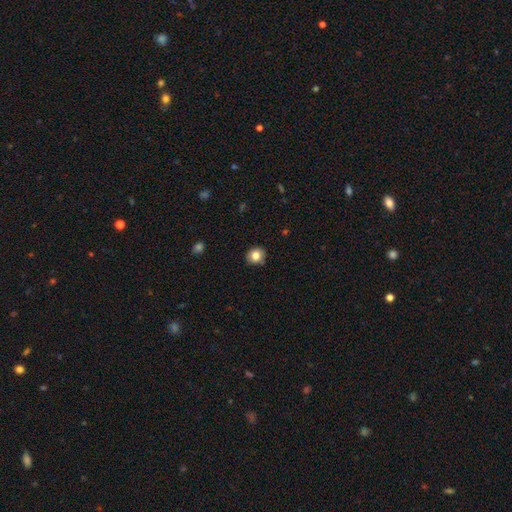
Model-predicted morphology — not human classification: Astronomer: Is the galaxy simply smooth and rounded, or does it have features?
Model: smooth — 82%.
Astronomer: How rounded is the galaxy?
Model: round — 79%.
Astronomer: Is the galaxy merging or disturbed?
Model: none — 86%.